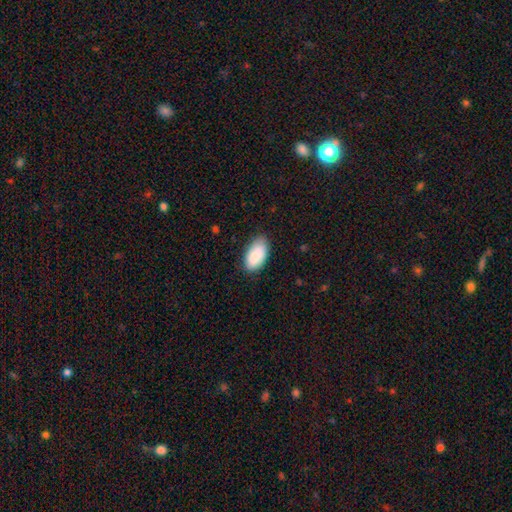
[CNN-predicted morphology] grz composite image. It shows a smooth galaxy with no disk features (87%) that is in between round and cigar-shaped (95%). Merging: none (77%).